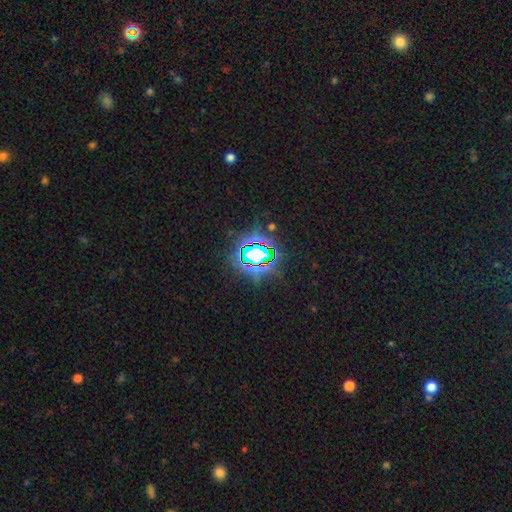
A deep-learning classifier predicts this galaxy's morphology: smooth-or-featured: star or artifact: 83% | smooth: 11% | featured or disk: 6%